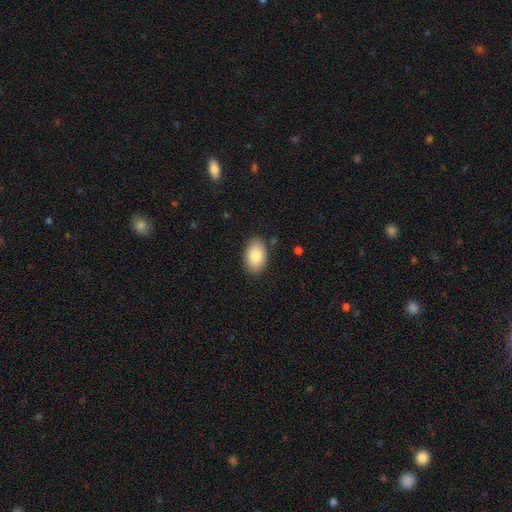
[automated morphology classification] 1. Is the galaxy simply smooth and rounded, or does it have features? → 84% smooth, 9% featured or disk, 7% star or artifact.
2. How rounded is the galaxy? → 91% in between, 8% round, 1% cigar-shaped.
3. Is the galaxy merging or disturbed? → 87% none, 10% minor disturbance, 2% major disturbance, 1% merger.